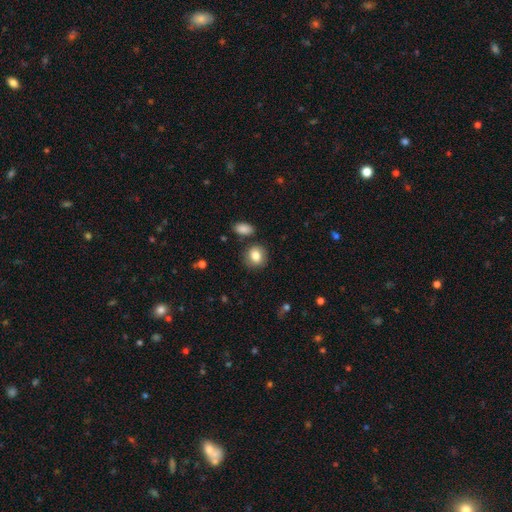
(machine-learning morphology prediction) Smooth or featured? Predicted: smooth (p=0.84). How rounded? Predicted: round (p=0.65). Merging? Predicted: none (p=0.82).